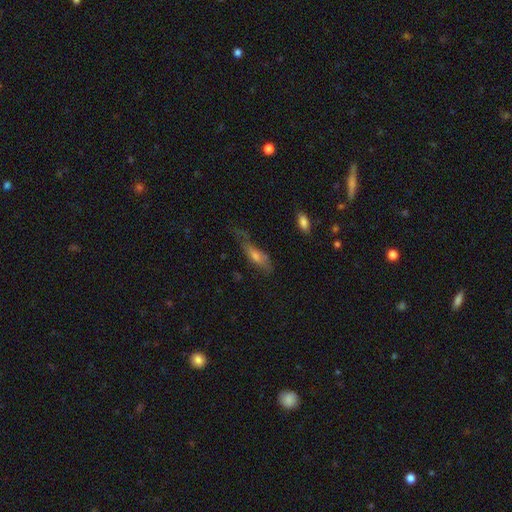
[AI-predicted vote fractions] The model was most divided on "how rounded": cigar-shaped: 50%, in between: 47%, round: 3%. Remaining: smooth or featured — smooth (54%); merging — none (36%).